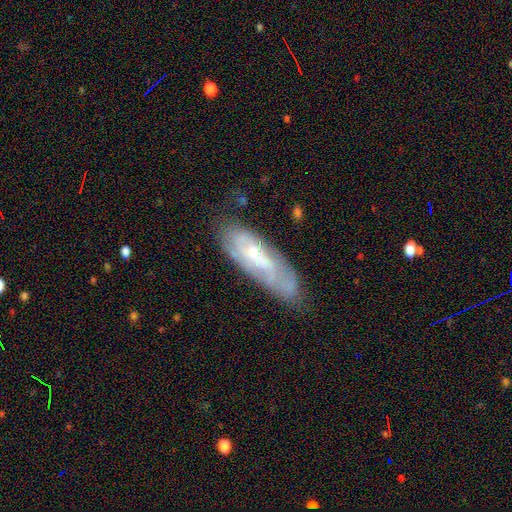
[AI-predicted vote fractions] This is likely a featured or disk galaxy (63%). It is likely not viewed edge-on (80%). Bar: likely no (60%). Spiral arm pattern: likely yes (73%). Central bulge: possibly small (48%). Merging: likely none (61%).